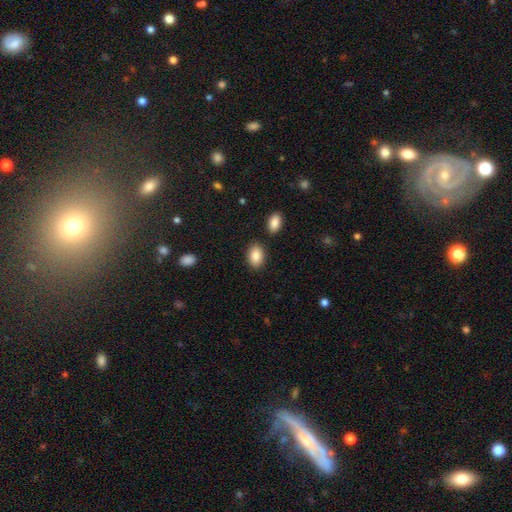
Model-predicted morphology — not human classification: Overall: smooth (88%). How rounded: in between (88%). Merging: none (85%).